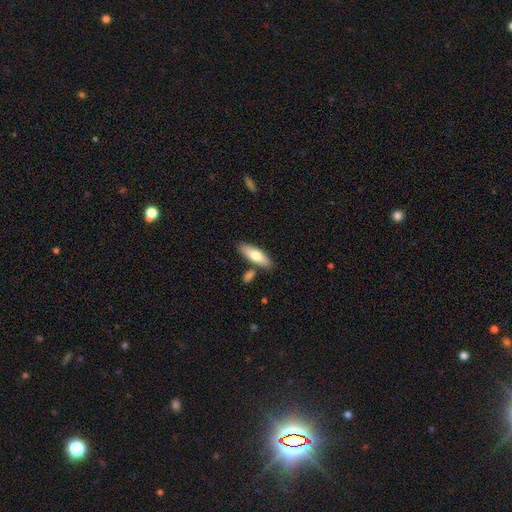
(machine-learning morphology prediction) Smooth or featured?
  - smooth: 71% *
  - featured or disk: 23%
  - star or artifact: 5%
How rounded?
  - in between: 59% *
  - cigar-shaped: 38%
  - round: 2%
Merging?
  - none: 78% *
  - minor disturbance: 11%
  - merger: 8%
  - major disturbance: 2%